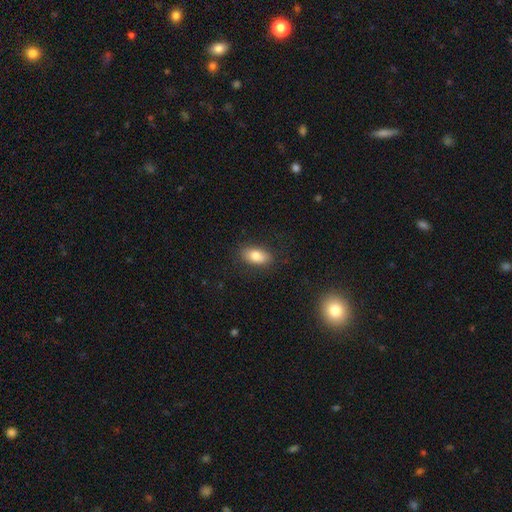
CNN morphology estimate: This appears to be a smooth galaxy with no disk features (80%) that is in between round and cigar-shaped (89%). Merging: none (84%).